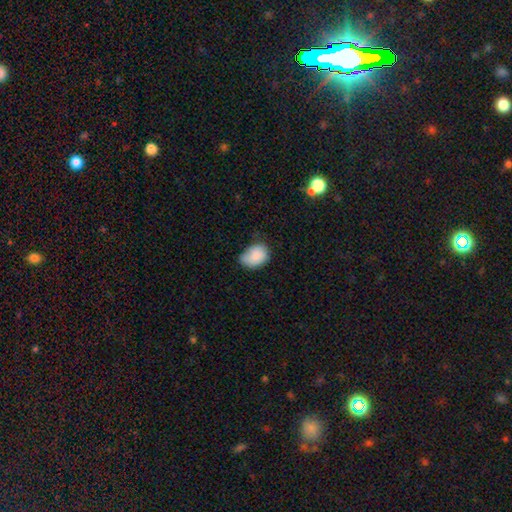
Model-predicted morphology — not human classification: Smooth or featured? smooth (86%)
How rounded? in between (71%)
Merging? none (54%)